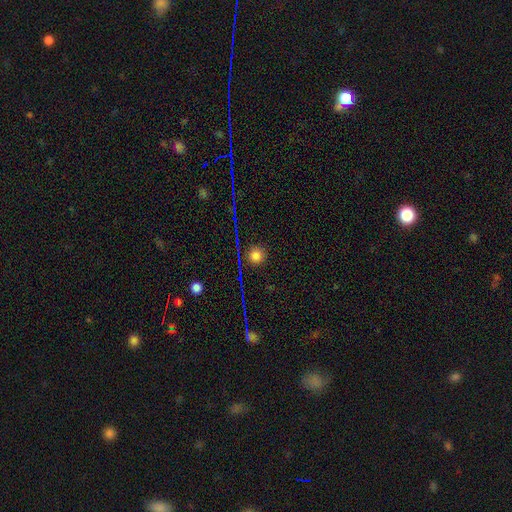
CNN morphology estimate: Q: Smooth or featured?
A: smooth (74%); runner-up: star or artifact (19%)
Q: How rounded?
A: round (93%); runner-up: in between (6%)
Q: Merging?
A: none (88%); runner-up: minor disturbance (8%)